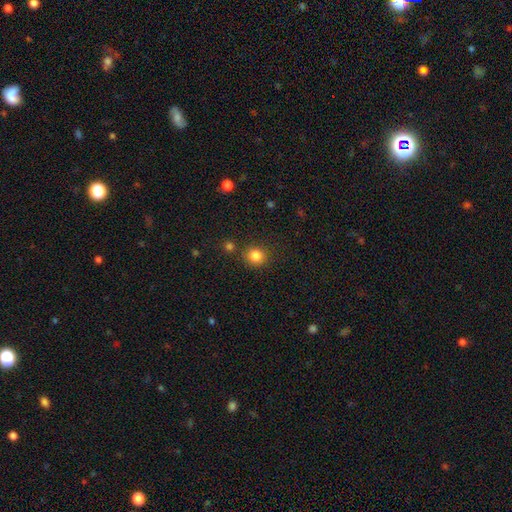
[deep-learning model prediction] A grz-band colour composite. It shows a smooth galaxy with no disk features (84%) that is round (87%). Merging: none (83%).